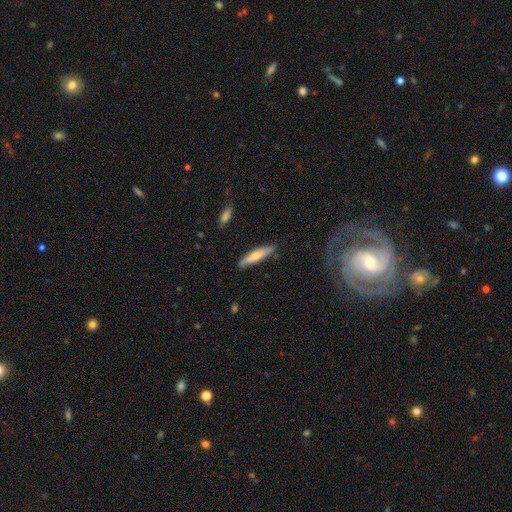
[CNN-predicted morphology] smooth_or_featured: smooth (p=0.60) [alt: featured or disk p=0.34]
how_rounded: cigar-shaped (p=0.81) [alt: in between p=0.17]
merging: none (p=0.82) [alt: minor disturbance p=0.14]